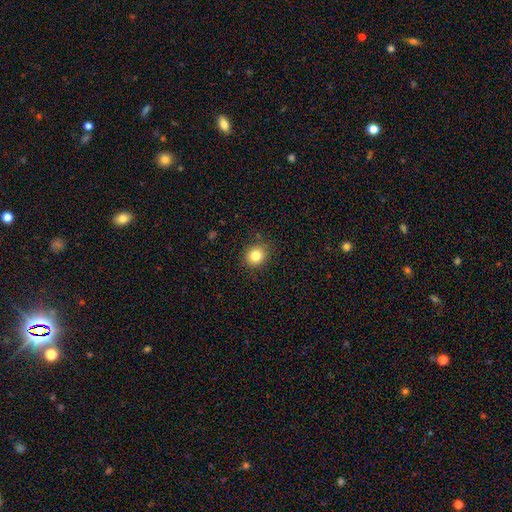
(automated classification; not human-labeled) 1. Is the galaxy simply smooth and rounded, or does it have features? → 82% smooth, 12% star or artifact, 6% featured or disk.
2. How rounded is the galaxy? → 83% round, 16% in between, 1% cigar-shaped.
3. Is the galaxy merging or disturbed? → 87% none, 9% minor disturbance, 3% major disturbance, 1% merger.